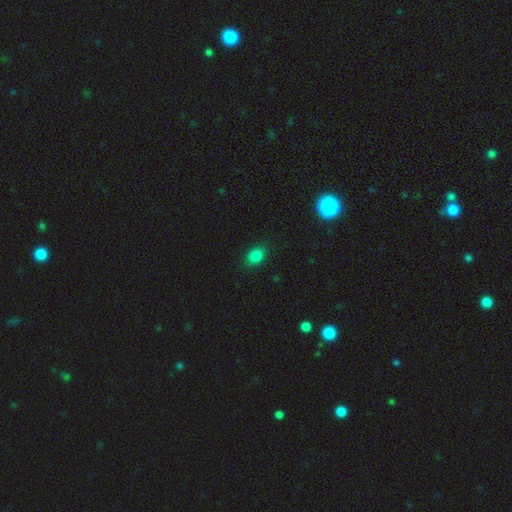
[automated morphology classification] This appears to be a smooth galaxy with no disk features (85%) that is in between round and cigar-shaped (72%). Merging: none (88%).